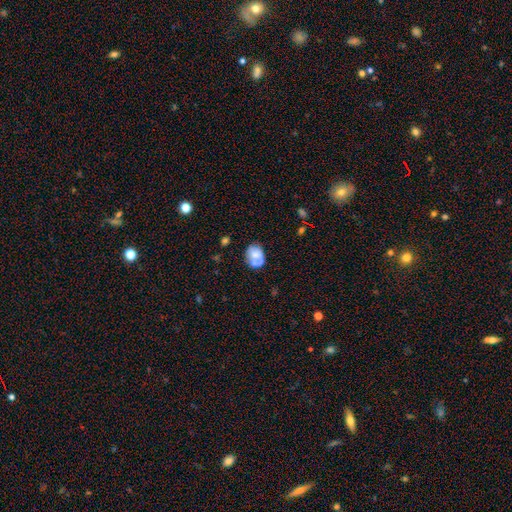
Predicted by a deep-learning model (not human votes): Smooth or featured: smooth — 55% (featured or disk — 36%)
How rounded: in between — 54% (round — 45%)
Merging: none — 44% (merger — 23%)